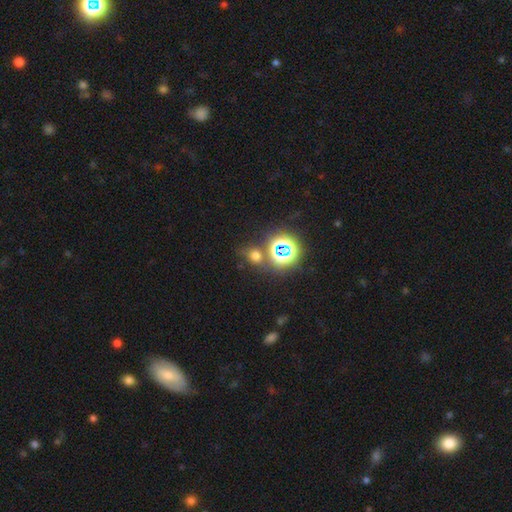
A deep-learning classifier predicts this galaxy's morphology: Q: Smooth or featured?
A: smooth (57%); runner-up: star or artifact (36%)
Q: How rounded?
A: round (72%); runner-up: in between (26%)
Q: Merging?
A: none (70%); runner-up: minor disturbance (13%)